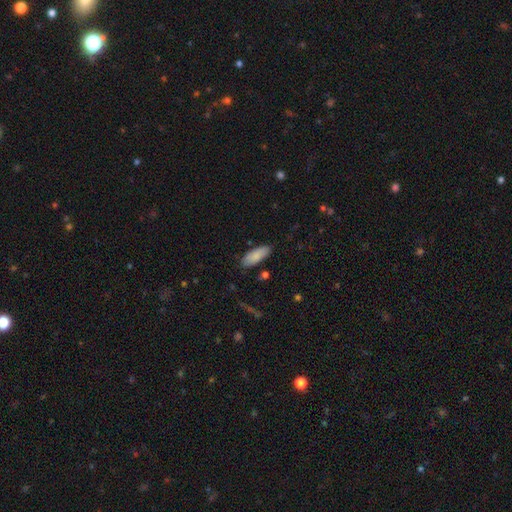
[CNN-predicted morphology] Overall: smooth (84%). How rounded: in between (75%). Merging: none (84%).